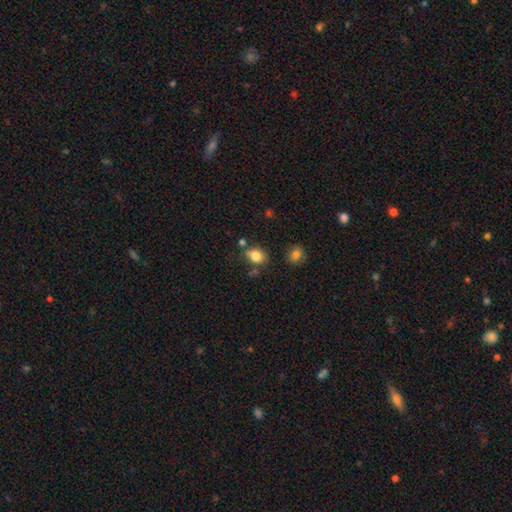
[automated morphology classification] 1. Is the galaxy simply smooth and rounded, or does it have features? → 81% smooth, 11% star or artifact, 9% featured or disk.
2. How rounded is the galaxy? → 63% in between, 35% round, 1% cigar-shaped.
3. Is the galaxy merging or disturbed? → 63% none, 20% minor disturbance, 11% merger, 6% major disturbance.